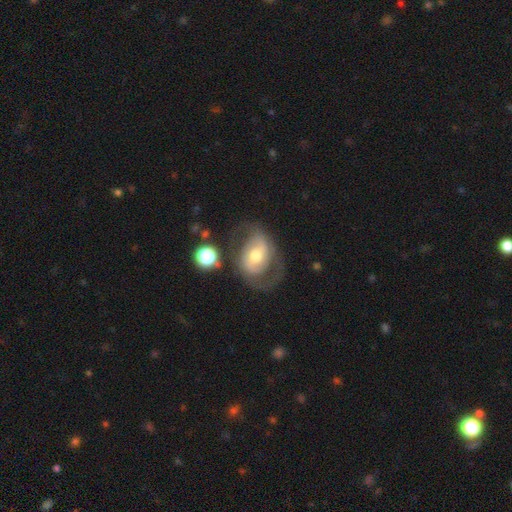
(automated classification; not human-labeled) This appears to be a featured or disk galaxy (69%) with no bar (42%), spiral arms (71%) and a moderate central bulge (70%). Merging: none (57%).